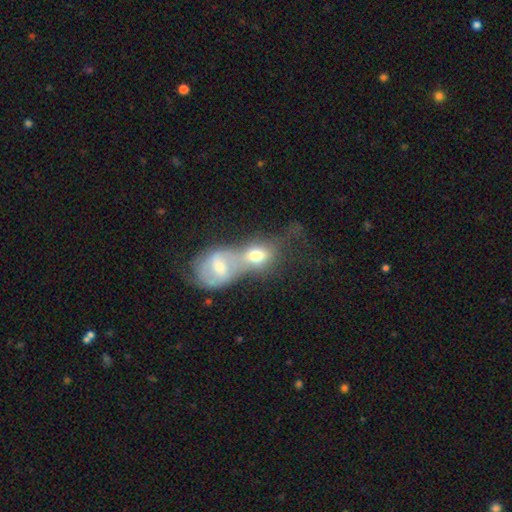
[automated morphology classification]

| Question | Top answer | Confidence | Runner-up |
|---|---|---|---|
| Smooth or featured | smooth | 53% | featured or disk (38%) |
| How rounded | in between | 51% | round (46%) |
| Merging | merger | 74% | none (14%) |